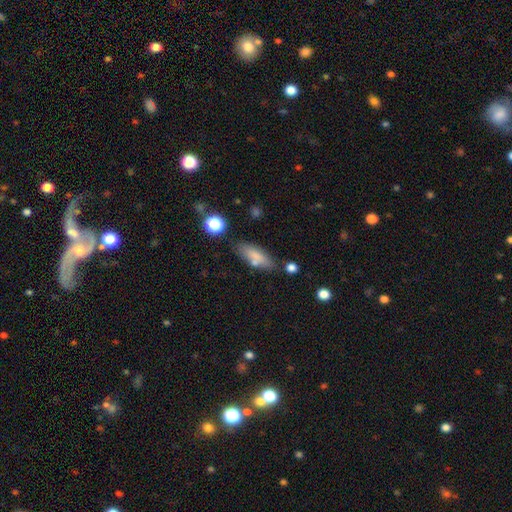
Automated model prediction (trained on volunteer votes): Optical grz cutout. It shows a smooth galaxy with no disk features (77%) that is in between round and cigar-shaped (65%). Merging: none (69%).